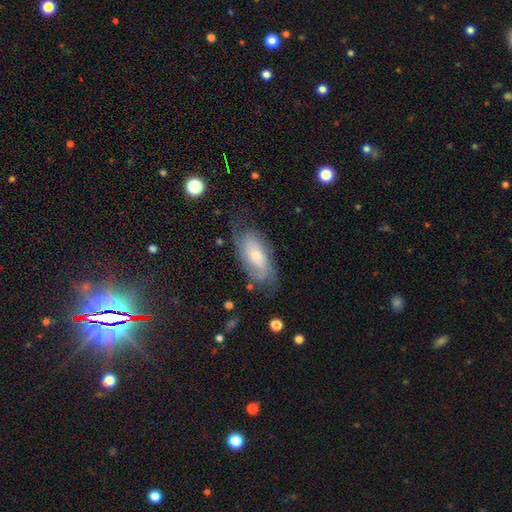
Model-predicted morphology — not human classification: featured or disk 57%, smooth 35%, star or artifact 7%. Down the decision tree: edge-on disk — no (90%); bar — no (71%); spiral arms — yes (84%); bulge size — small (45%); merging — none (60%).